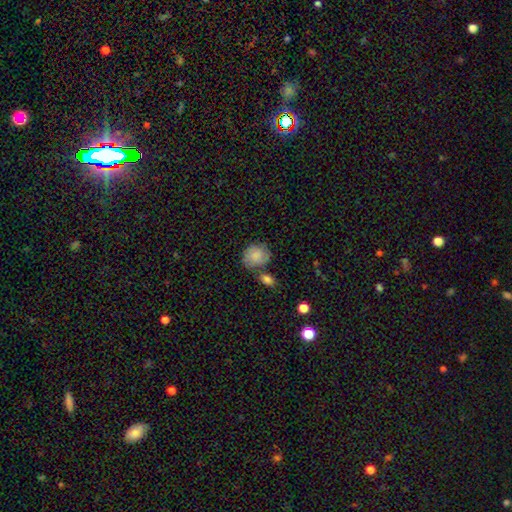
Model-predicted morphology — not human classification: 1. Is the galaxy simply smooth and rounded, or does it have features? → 74% smooth, 19% featured or disk, 7% star or artifact.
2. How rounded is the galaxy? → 69% round, 30% in between, 1% cigar-shaped.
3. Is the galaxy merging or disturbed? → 53% none, 21% minor disturbance, 19% merger, 8% major disturbance.